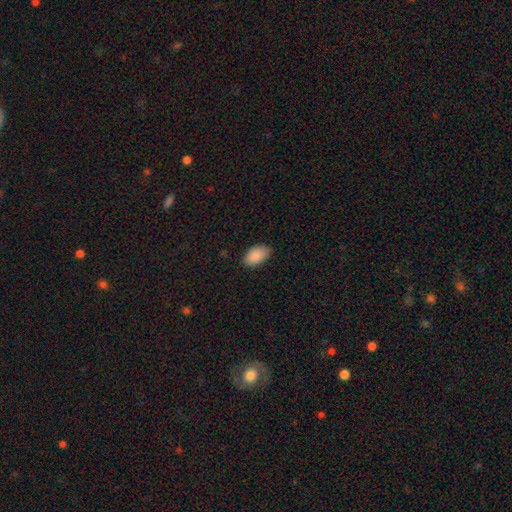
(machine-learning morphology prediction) Q: Smooth or featured?
A: smooth (89%); runner-up: star or artifact (6%)
Q: How rounded?
A: in between (94%); runner-up: round (5%)
Q: Merging?
A: none (84%); runner-up: minor disturbance (13%)